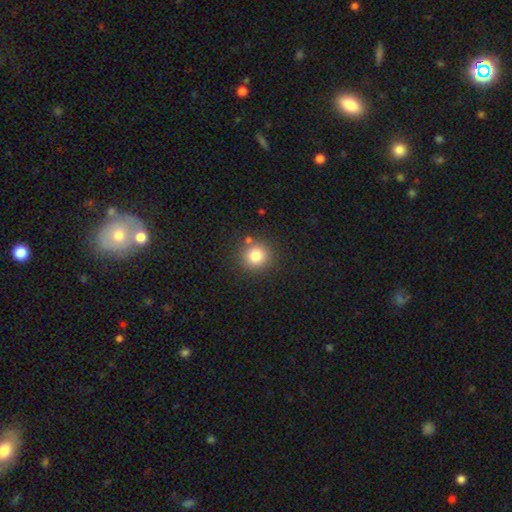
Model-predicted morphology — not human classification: Overall: smooth (80%). How rounded: round (92%). Merging: none (83%).